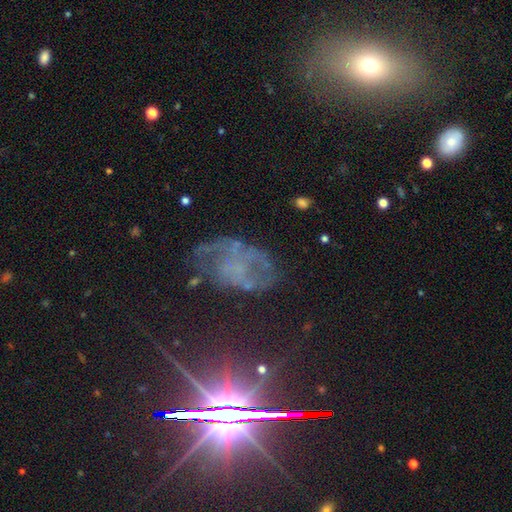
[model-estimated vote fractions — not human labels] smooth_or_featured: featured or disk (p=0.57) [alt: star or artifact p=0.29]
disk_edge_on: no (p=0.93) [alt: yes p=0.07]
bar: no (p=0.76) [alt: weak p=0.17]
has_spiral_arms: yes (p=0.69) [alt: no p=0.31]
bulge_size: none (p=0.57) [alt: small p=0.28]
merging: none (p=0.53) [alt: major disturbance p=0.23]